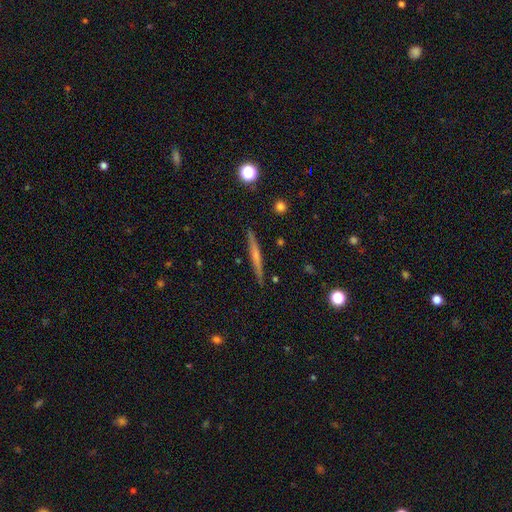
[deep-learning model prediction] A featured or disk galaxy (59%) viewed edge-on (97%) with a rounded central bulge (49%). Merging: none (90%).